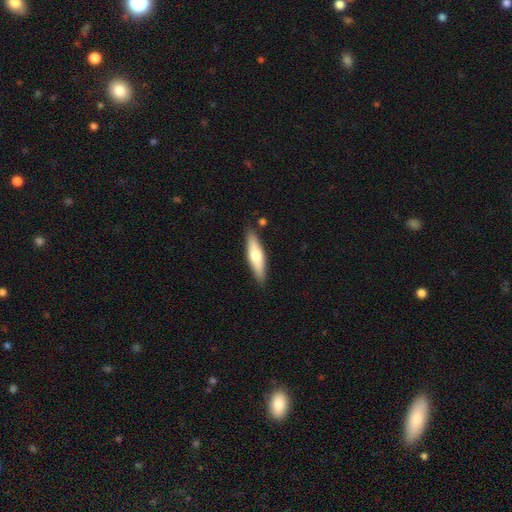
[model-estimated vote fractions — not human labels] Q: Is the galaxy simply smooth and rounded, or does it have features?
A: smooth — 58%.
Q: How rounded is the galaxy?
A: cigar-shaped — 69%.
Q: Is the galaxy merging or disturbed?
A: none — 86%.